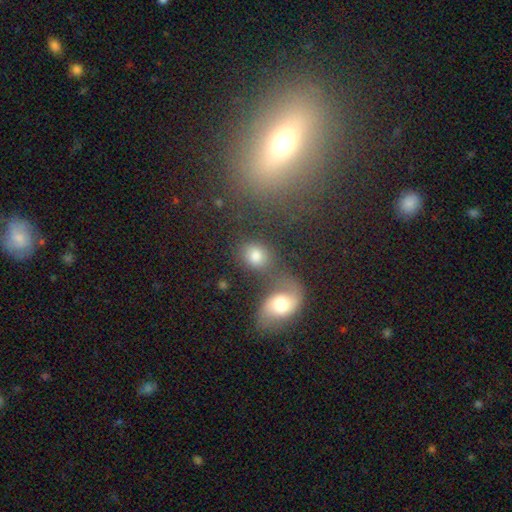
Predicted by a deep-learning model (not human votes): Overall: smooth (72%). How rounded: round (52%; in between 46%). Merging: none (51%; merger 32%).